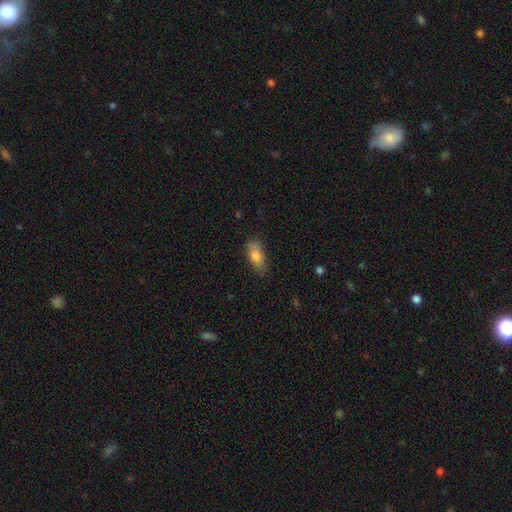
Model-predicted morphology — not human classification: This is likely a smooth galaxy (77%). How rounded: likely in between (80%). Merging: likely none (68%).